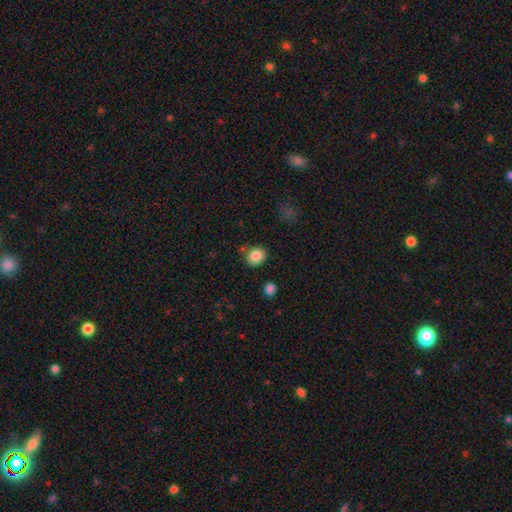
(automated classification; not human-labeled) Q: Smooth or featured?
A: smooth (86%); runner-up: star or artifact (9%)
Q: How rounded?
A: round (73%); runner-up: in between (27%)
Q: Merging?
A: none (80%); runner-up: minor disturbance (12%)